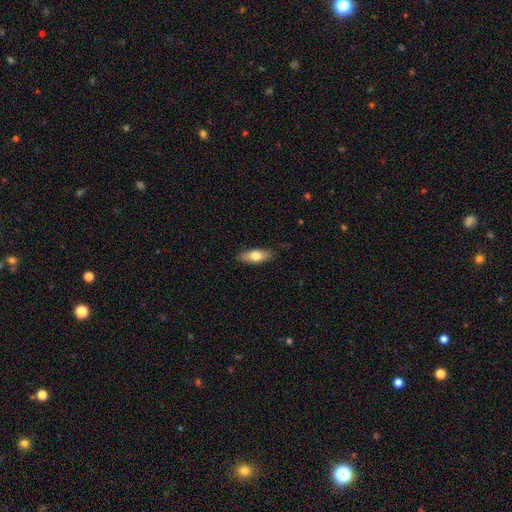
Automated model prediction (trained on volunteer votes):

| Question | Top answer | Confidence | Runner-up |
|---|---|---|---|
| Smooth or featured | smooth | 72% | featured or disk (21%) |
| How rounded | in between | 70% | cigar-shaped (27%) |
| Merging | none | 83% | minor disturbance (14%) |